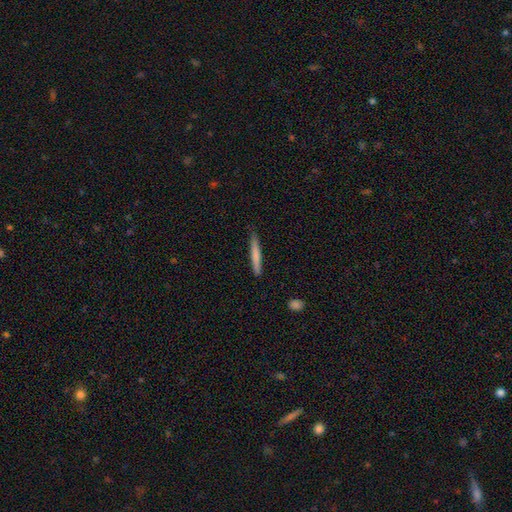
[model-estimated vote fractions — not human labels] smooth-or-featured: smooth: 72% | featured or disk: 22% | star or artifact: 5%
  how-rounded: cigar-shaped: 96% | in between: 3% | round: 1%
  merging: none: 86% | minor disturbance: 11% | major disturbance: 2% | merger: 1%